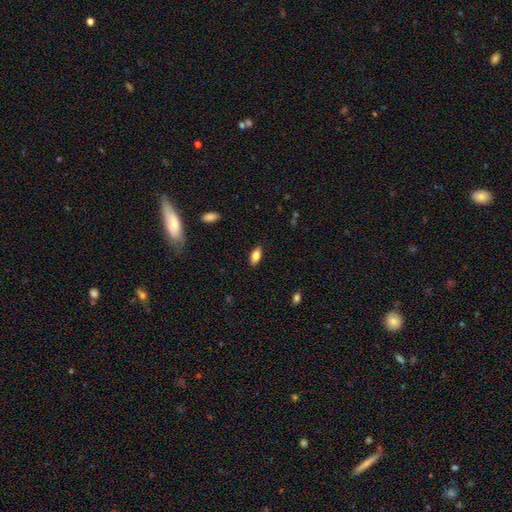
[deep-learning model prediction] Overall: smooth (79%). How rounded: in between (86%). Merging: none (88%).